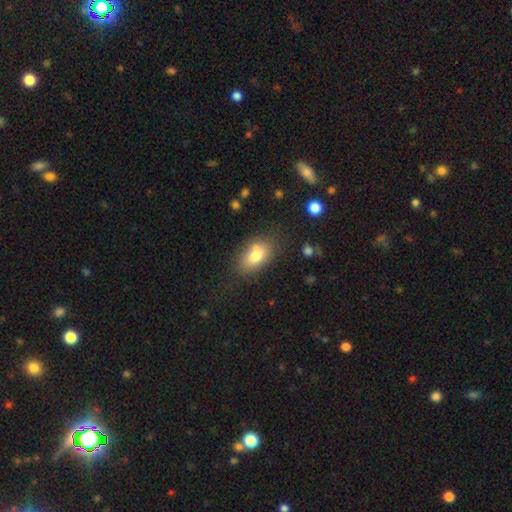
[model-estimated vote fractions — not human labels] Morphology: type=smooth (77%); roundness=in between (88%); merging=none (71%).